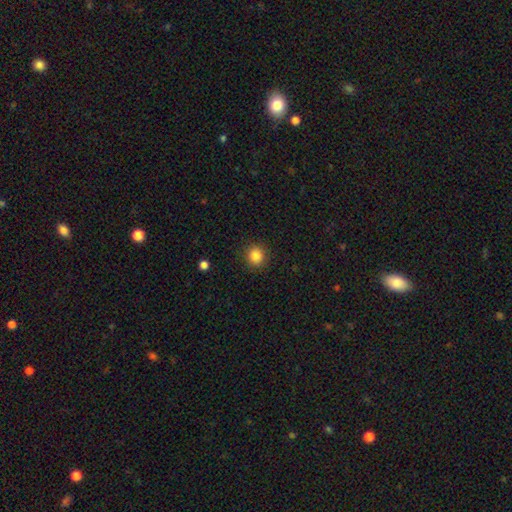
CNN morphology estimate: type=smooth (85%); roundness=round (88%); merging=none (91%).